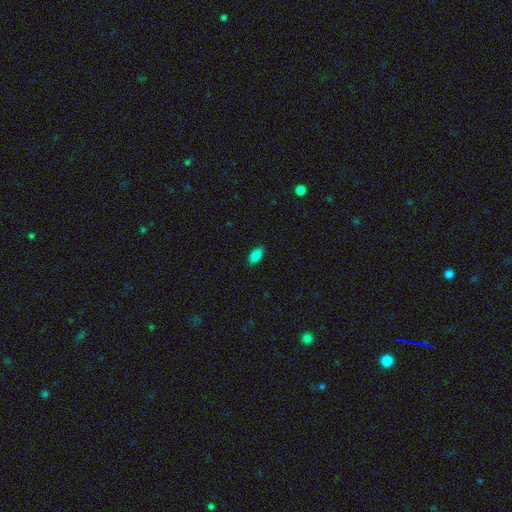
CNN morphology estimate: Smooth or featured: smooth — 85% (star or artifact — 9%)
How rounded: in between — 92% (cigar-shaped — 4%)
Merging: none — 89% (minor disturbance — 8%)